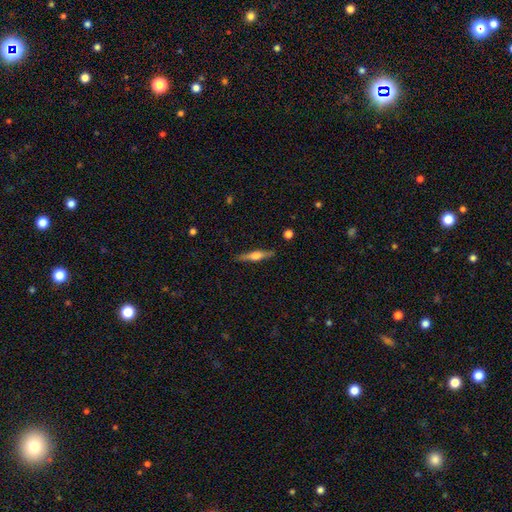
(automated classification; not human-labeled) The model was most divided on "smooth or featured": featured or disk: 60%, smooth: 34%, star or artifact: 6%. More confident: edge-on disk — yes (96%); merging — none (87%); edge-on bulge — rounded (82%).